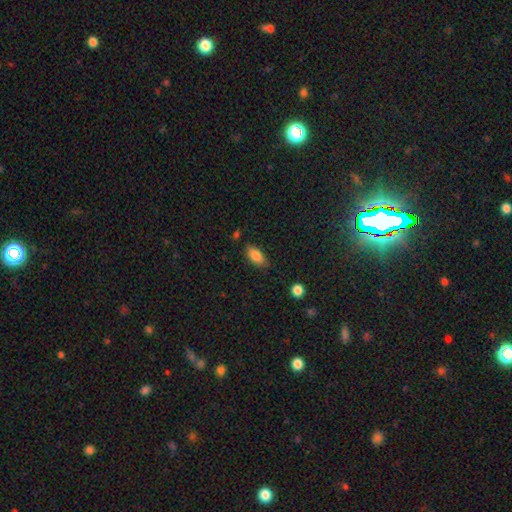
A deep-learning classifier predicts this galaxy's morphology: Q: Smooth or featured?
A: smooth (84%); runner-up: star or artifact (8%)
Q: How rounded?
A: in between (89%); runner-up: cigar-shaped (7%)
Q: Merging?
A: none (75%); runner-up: minor disturbance (19%)